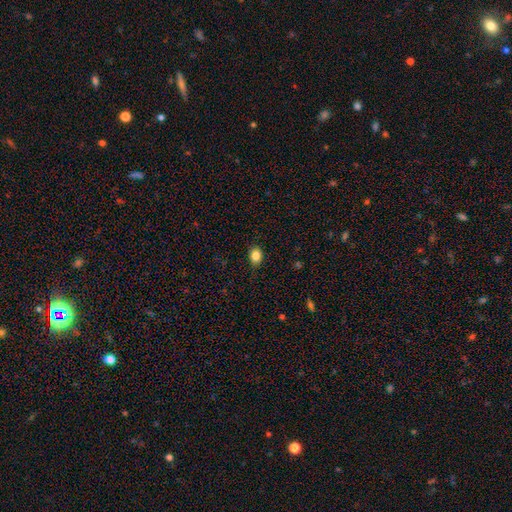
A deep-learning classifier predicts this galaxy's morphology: smooth 84%, star or artifact 10%, featured or disk 6%. Down the decision tree: how rounded — in between (55%); merging — none (86%).